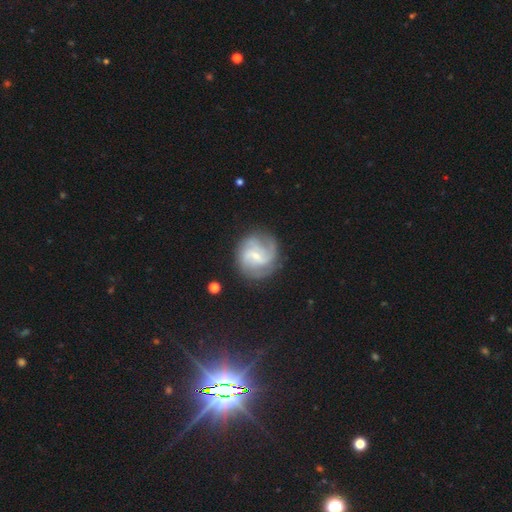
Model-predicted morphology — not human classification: A featured or disk galaxy (75%) with a weak bar (55%), 3 (29%) medium (46%) spiral arms (93%) and a small central bulge (66%). Merging: none (73%).